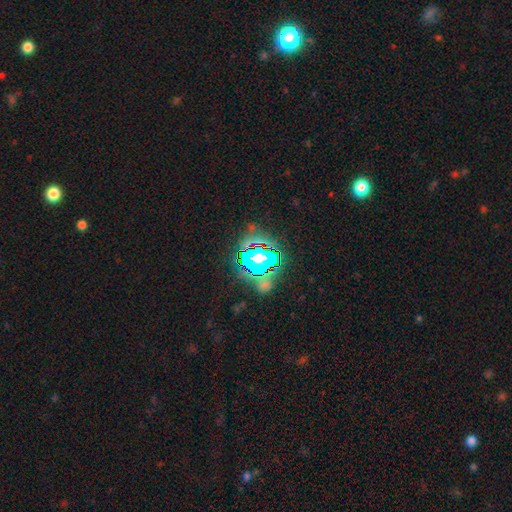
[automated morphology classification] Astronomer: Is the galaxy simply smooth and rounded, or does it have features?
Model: star or artifact — 56%.